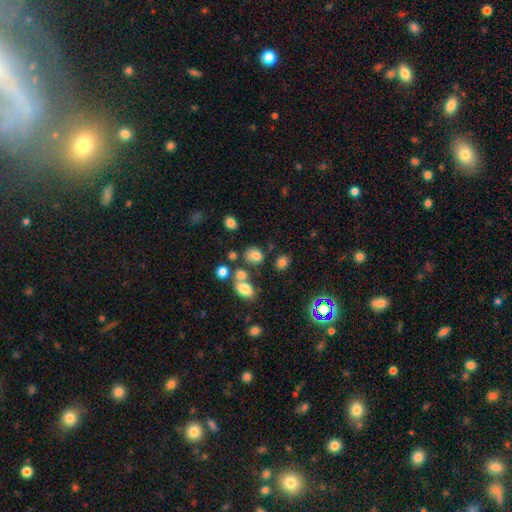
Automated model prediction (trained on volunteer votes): This appears to be a smooth galaxy with no disk features (76%) that is round (53%). Merging: none (62%).